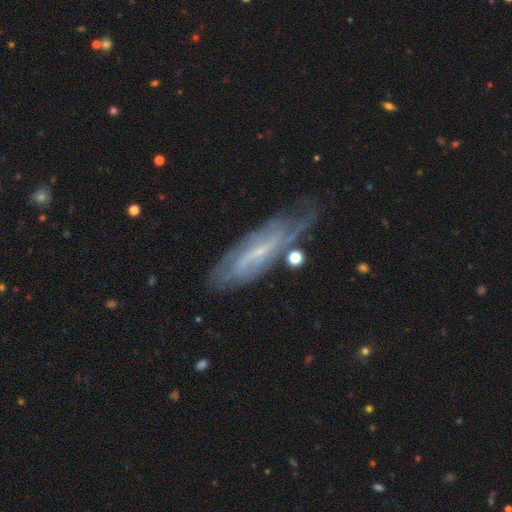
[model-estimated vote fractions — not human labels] smooth-or-featured: featured or disk: 75% | smooth: 16% | star or artifact: 9%
  disk-edge-on: no: 75% | yes: 25%
    bar: weak: 45% | no: 32% | strong: 24%
    has-spiral-arms: yes: 87% | no: 13%
    bulge-size: small: 67% | moderate: 16% | none: 14% | large: 1% | dominant: 1%
  merging: none: 68% | minor disturbance: 20% | major disturbance: 8% | merger: 4%